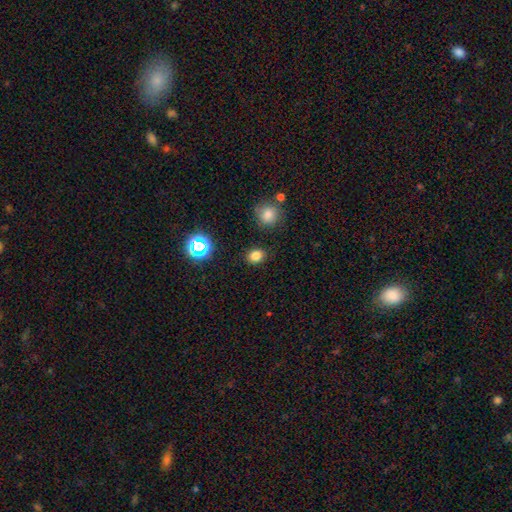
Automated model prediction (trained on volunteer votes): This appears to be a smooth galaxy with no disk features (78%) that is round (61%). Merging: none (87%).